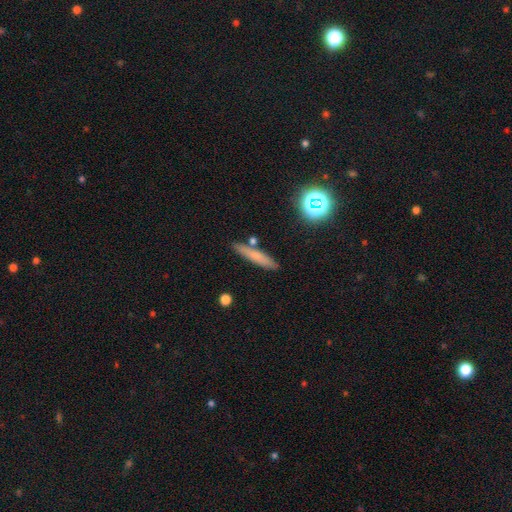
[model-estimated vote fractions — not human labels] Smooth or featured? smooth (66%)
How rounded? cigar-shaped (89%)
Merging? none (82%)